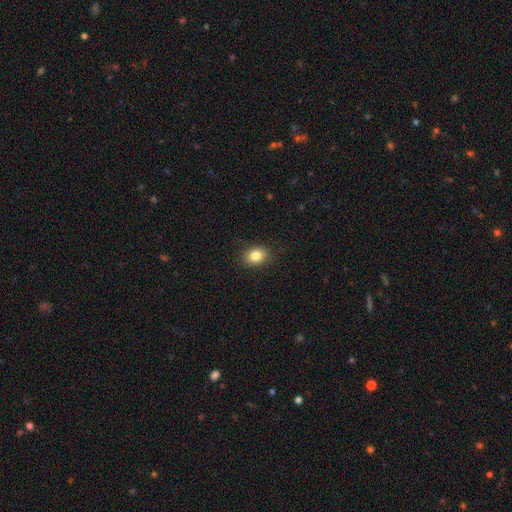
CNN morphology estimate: This appears to be a smooth galaxy with no disk features (83%) that is in between round and cigar-shaped (56%). Merging: none (87%).